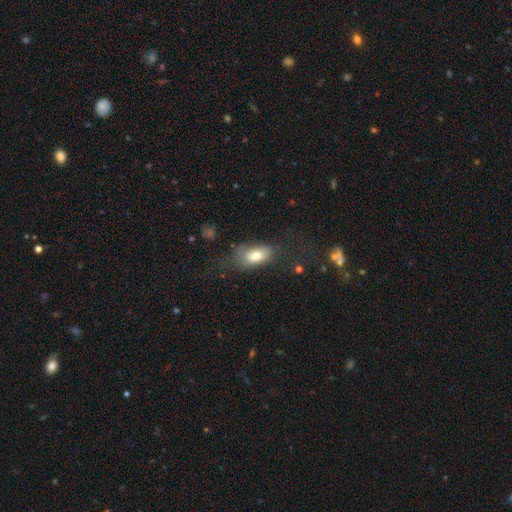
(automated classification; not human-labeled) smooth_or_featured: smooth (p=0.77) [alt: featured or disk p=0.15]
how_rounded: in between (p=0.89) [alt: round p=0.06]
merging: none (p=0.49) [alt: minor disturbance p=0.25]